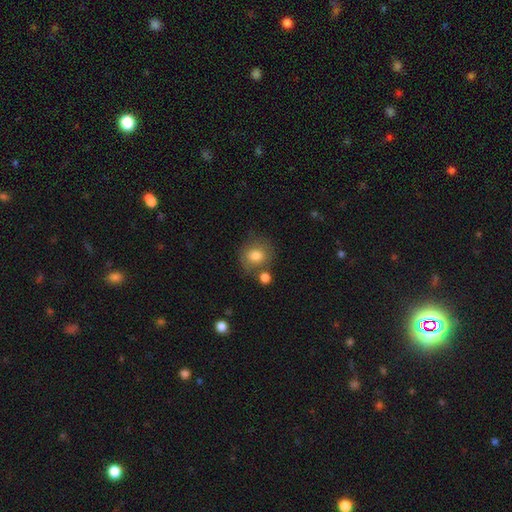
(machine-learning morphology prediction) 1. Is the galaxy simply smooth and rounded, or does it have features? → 79% smooth, 12% featured or disk, 9% star or artifact.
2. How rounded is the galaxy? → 80% round, 19% in between, 1% cigar-shaped.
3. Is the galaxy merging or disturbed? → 66% none, 14% minor disturbance, 14% merger, 5% major disturbance.